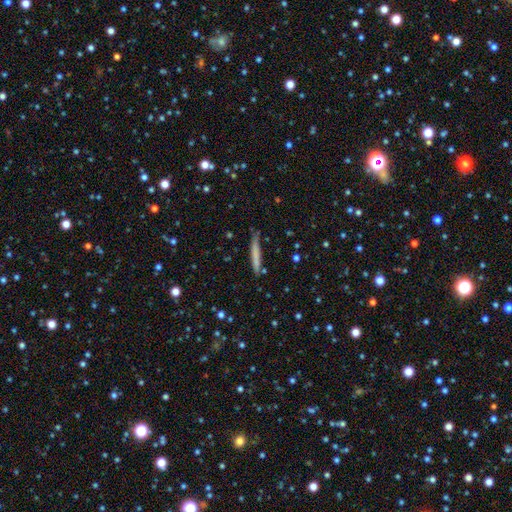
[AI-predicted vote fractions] Smooth or featured? Predicted: smooth (p=0.70). How rounded? Predicted: cigar-shaped (p=0.96). Merging? Predicted: none (p=0.83).